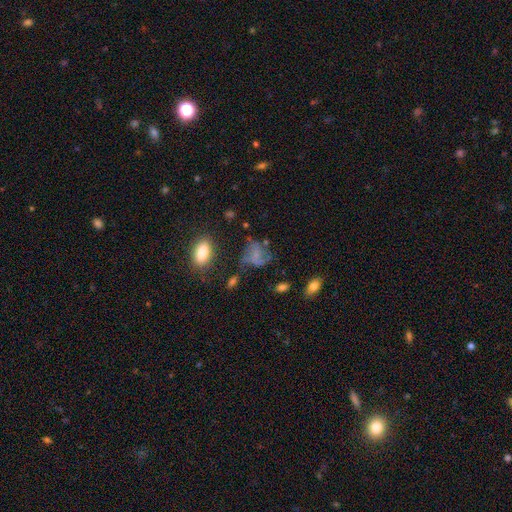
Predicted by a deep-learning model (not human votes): This appears to be a smooth galaxy with no disk features (43%). Merging: none (38%).